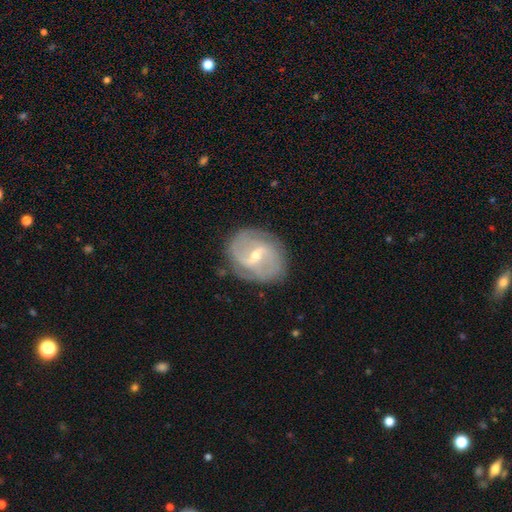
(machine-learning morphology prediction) Smooth or featured?
  - featured or disk: 84% *
  - smooth: 10%
  - star or artifact: 6%
Edge-on disk?
  - no: 97% *
  - yes: 3%
Bar?
  - weak: 53% *
  - strong: 34%
  - no: 13%
Spiral arms?
  - yes: 92% *
  - no: 8%
Spiral winding?
  - medium: 46% *
  - tight: 30%
  - loose: 24%
Spiral arm count?
  - 2: 71% *
  - can't tell: 14%
  - 3: 8%
  - 1: 3%
  - 4: 2%
  - more than 4: 2%
Bulge size?
  - small: 53% *
  - moderate: 45%
  - large: 1%
  - none: 1%
  - dominant: 1%
Merging?
  - none: 77% *
  - minor disturbance: 16%
  - major disturbance: 5%
  - merger: 1%